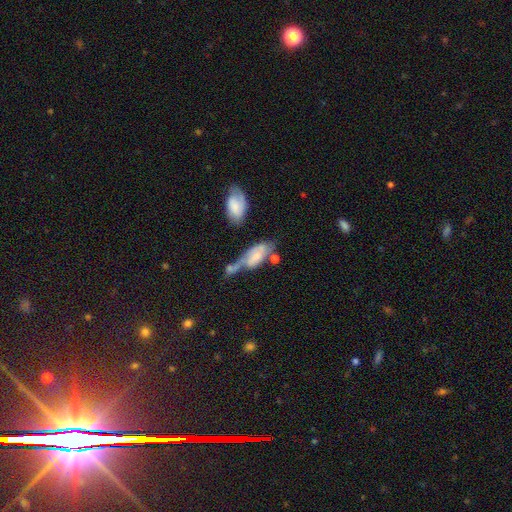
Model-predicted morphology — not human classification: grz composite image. It shows a smooth galaxy with no disk features (49%). Merging: merger (36%).